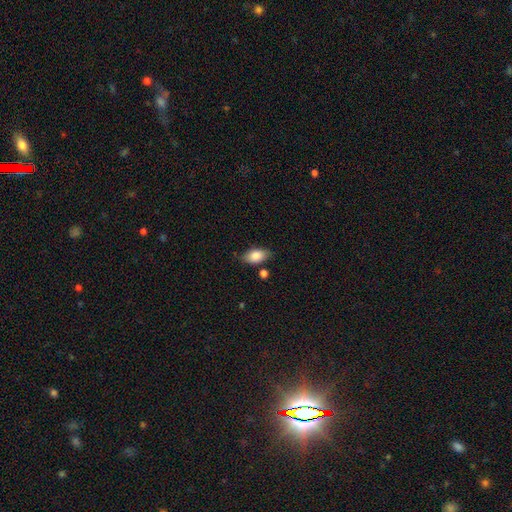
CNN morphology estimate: smooth 84%, featured or disk 9%, star or artifact 7%. Down the decision tree: how rounded — in between (90%); merging — none (74%).